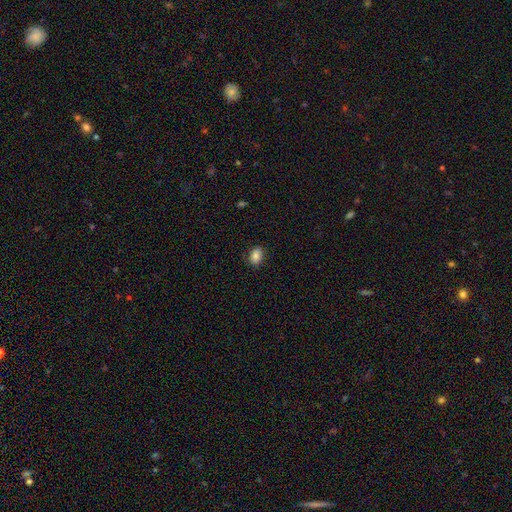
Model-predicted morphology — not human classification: type=smooth (85%); roundness=in between (82%); merging=none (85%).